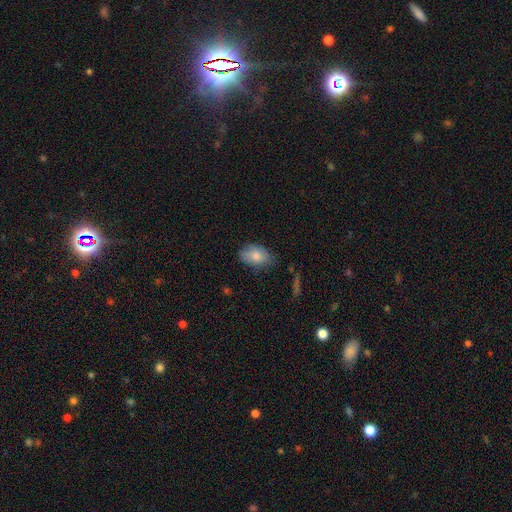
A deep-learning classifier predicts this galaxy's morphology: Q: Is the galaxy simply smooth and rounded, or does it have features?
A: smooth — 81%.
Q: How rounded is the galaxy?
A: in between — 88%.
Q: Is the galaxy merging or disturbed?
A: none — 71%.